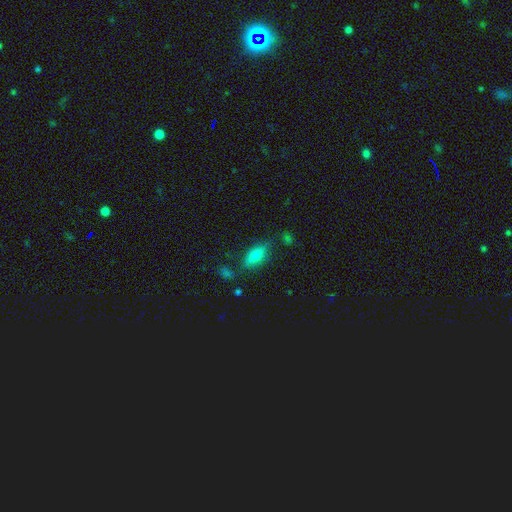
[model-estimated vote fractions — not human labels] Smooth or featured? Predicted: smooth (p=0.74). How rounded? Predicted: in between (p=0.80). Merging? Predicted: none (p=0.71).